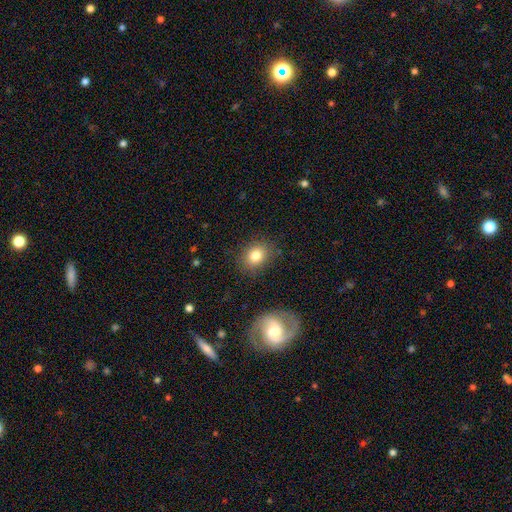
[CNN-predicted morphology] A smooth galaxy with no disk features (81%) that is round (55%).

Vote fractions:
- Smooth or featured? smooth: 81% / star or artifact: 10% / featured or disk: 9%
- How rounded? round: 55% / in between: 44% / cigar-shaped: 1%
- Merging? none: 84% / minor disturbance: 11% / major disturbance: 3% / merger: 2%